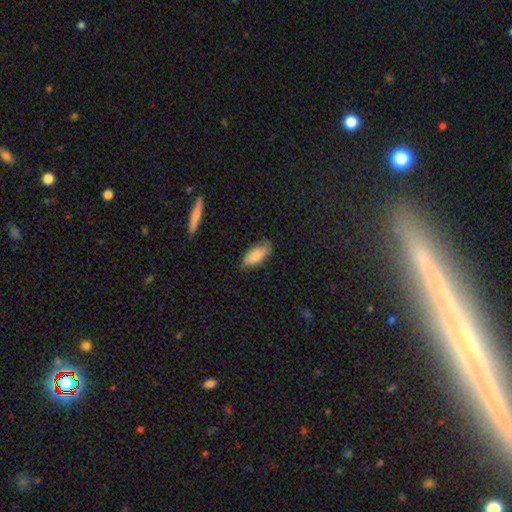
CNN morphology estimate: This appears to be a smooth galaxy with no disk features (81%) that is in between round and cigar-shaped (88%). Merging: none (73%).